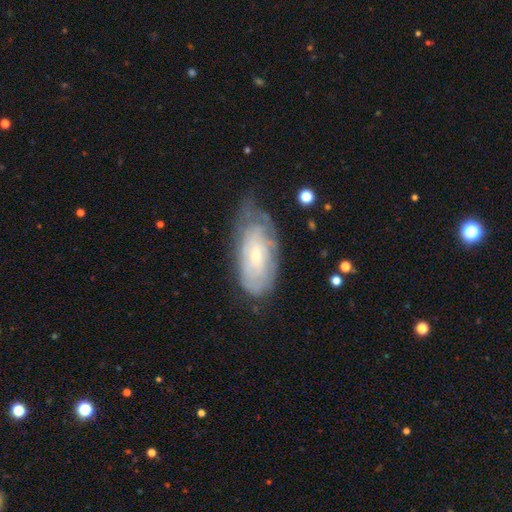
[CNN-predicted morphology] The model was most divided on "merging": none: 51%, minor disturbance: 32%, major disturbance: 15%, merger: 2%. More confident: edge-on disk — no (92%); spiral arms — yes (78%); bar — no (71%); bulge size — small (69%); smooth or featured — featured or disk (65%).